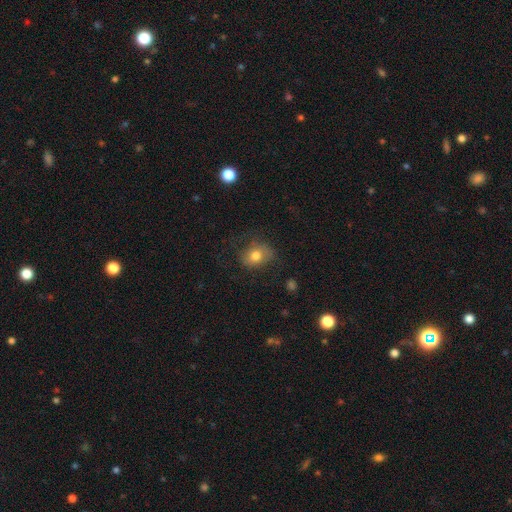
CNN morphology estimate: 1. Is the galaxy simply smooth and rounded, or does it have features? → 74% smooth, 16% featured or disk, 10% star or artifact.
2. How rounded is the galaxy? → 50% in between, 49% round, 1% cigar-shaped.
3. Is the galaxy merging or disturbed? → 63% none, 23% minor disturbance, 13% major disturbance, 2% merger.